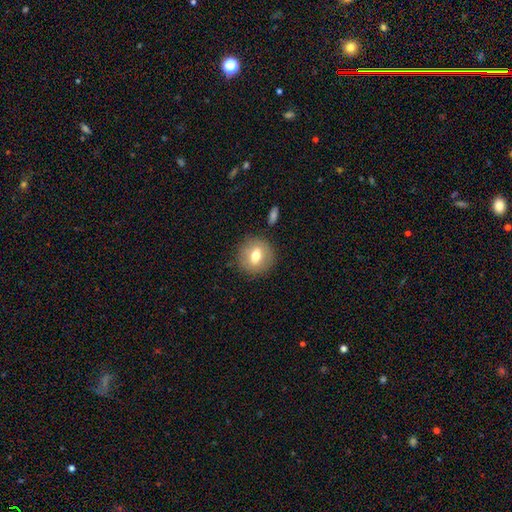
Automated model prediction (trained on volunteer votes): smooth_or_featured: smooth (p=0.66) [alt: featured or disk p=0.26]
how_rounded: round (p=0.86) [alt: in between p=0.12]
merging: none (p=0.86) [alt: minor disturbance p=0.09]